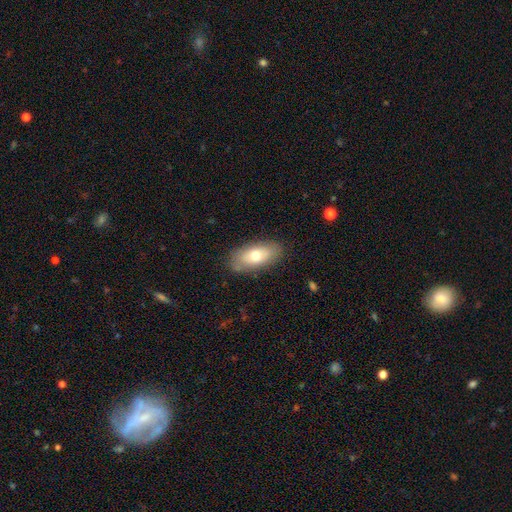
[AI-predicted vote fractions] The model was most divided on "smooth or featured": smooth: 68%, featured or disk: 25%, star or artifact: 7%. More confident: how rounded — in between (89%); merging — none (83%).